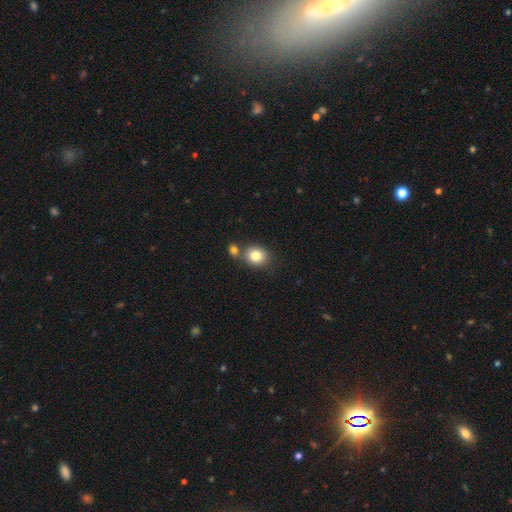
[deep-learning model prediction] Q: Smooth or featured?
A: smooth (82%); runner-up: star or artifact (10%)
Q: How rounded?
A: round (67%); runner-up: in between (32%)
Q: Merging?
A: none (60%); runner-up: merger (27%)